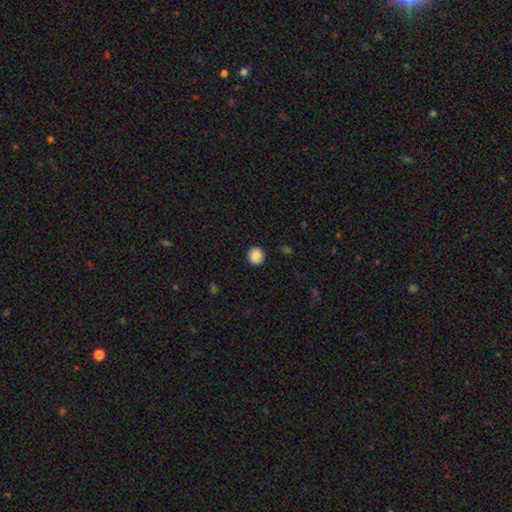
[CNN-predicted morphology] This appears to be a smooth galaxy with no disk features (87%) that is round (87%). Merging: none (89%).